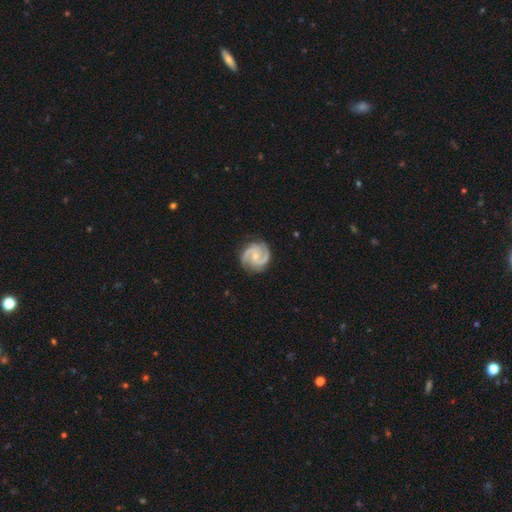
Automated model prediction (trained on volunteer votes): smooth-or-featured: featured or disk: 91% | smooth: 5% | star or artifact: 4%
  disk-edge-on: no: 98% | yes: 2%
    bar: no: 50% | weak: 40% | strong: 10%
    has-spiral-arms: yes: 98% | no: 2%
      spiral-winding: medium: 49% | tight: 44% | loose: 7%
      spiral-arm-count: 2: 92% | 3: 3% | can't tell: 2% | 1: 1% | 4: 1% | more than 4: 1%
    bulge-size: small: 53% | moderate: 40% | none: 5% | large: 1% | dominant: 1%
  merging: none: 84% | minor disturbance: 13% | major disturbance: 3% | merger: 1%